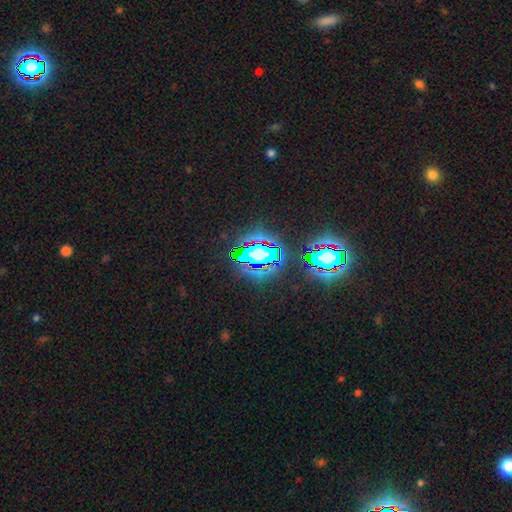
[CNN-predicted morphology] Smooth or featured?
  - star or artifact: 62% *
  - smooth: 23%
  - featured or disk: 14%